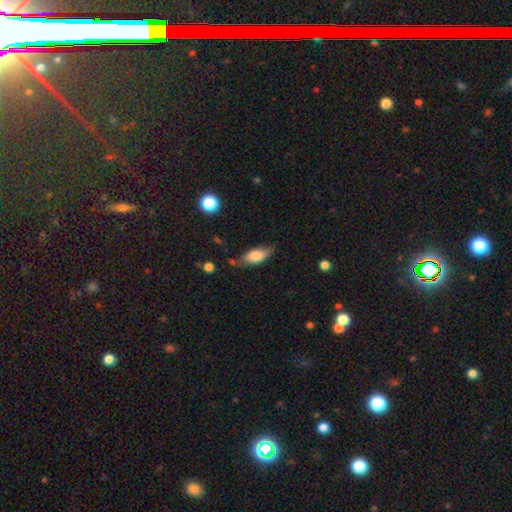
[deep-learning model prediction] smooth_or_featured: smooth (p=0.74) [alt: featured or disk p=0.20]
how_rounded: in between (p=0.80) [alt: cigar-shaped p=0.16]
merging: none (p=0.68) [alt: minor disturbance p=0.24]